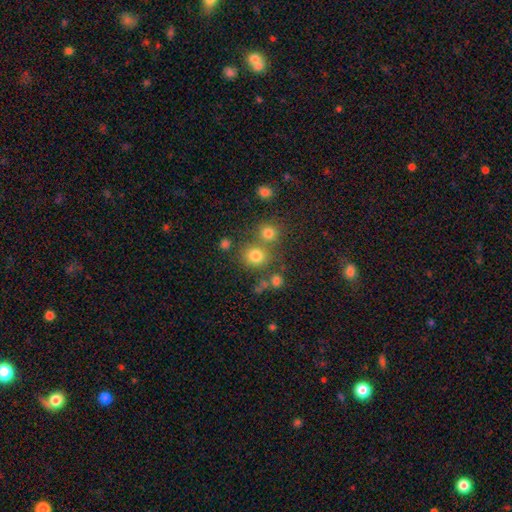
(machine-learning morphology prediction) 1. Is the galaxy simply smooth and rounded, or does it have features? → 77% smooth, 16% star or artifact, 8% featured or disk.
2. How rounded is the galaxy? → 83% round, 16% in between, 1% cigar-shaped.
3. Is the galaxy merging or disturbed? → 64% none, 23% merger, 9% minor disturbance, 4% major disturbance.